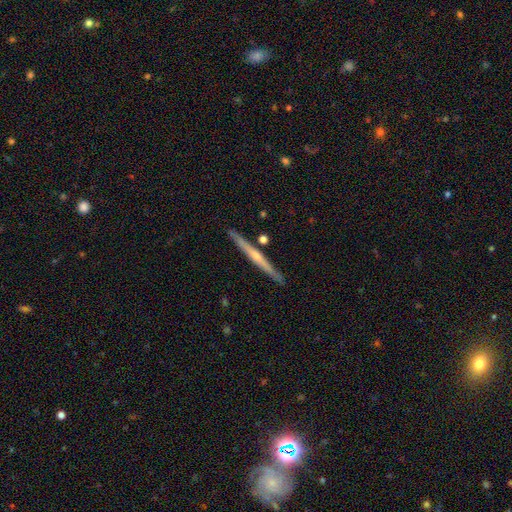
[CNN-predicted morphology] Smooth or featured?
  - featured or disk: 66% *
  - smooth: 29%
  - star or artifact: 6%
Edge-on disk?
  - yes: 97% *
  - no: 3%
Edge-on bulge?
  - rounded: 54% *
  - none: 41%
  - boxy: 5%
Merging?
  - none: 88% *
  - minor disturbance: 8%
  - merger: 3%
  - major disturbance: 1%